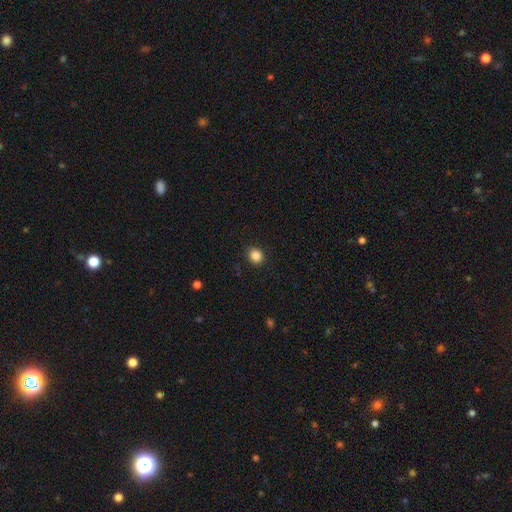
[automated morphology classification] A smooth galaxy with no disk features (86%) that is round (79%).

Vote fractions:
- Smooth or featured? smooth: 86% / star or artifact: 10% / featured or disk: 4%
- How rounded? round: 79% / in between: 20% / cigar-shaped: 1%
- Merging? none: 91% / minor disturbance: 6% / major disturbance: 2% / merger: 1%